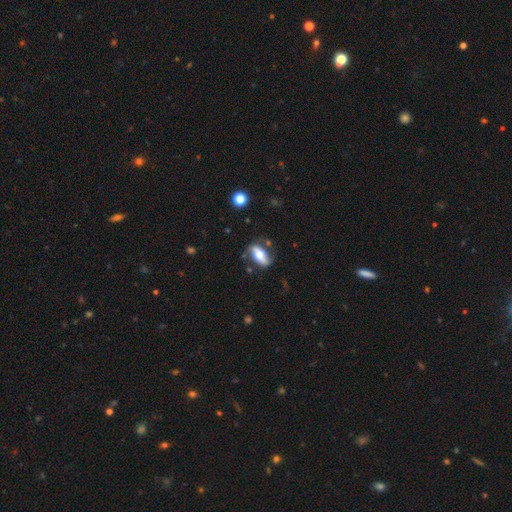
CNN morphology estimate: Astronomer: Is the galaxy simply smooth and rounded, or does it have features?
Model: featured or disk — 52% (runner-up: smooth, 42%).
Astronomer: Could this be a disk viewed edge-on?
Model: no — 75%.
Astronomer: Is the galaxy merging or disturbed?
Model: none — 69%.